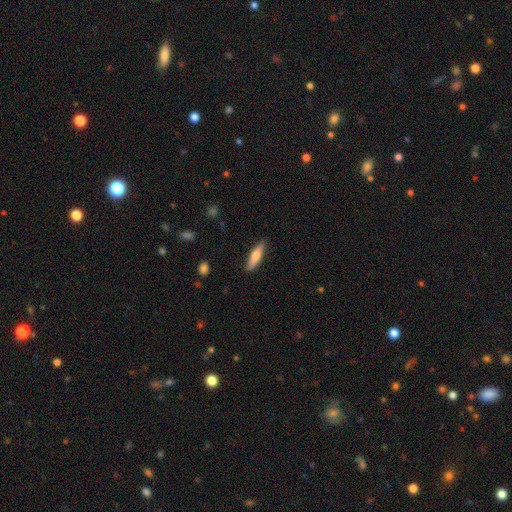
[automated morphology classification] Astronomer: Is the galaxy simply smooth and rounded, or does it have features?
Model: smooth — 68%.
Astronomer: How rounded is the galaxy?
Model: cigar-shaped — 70%.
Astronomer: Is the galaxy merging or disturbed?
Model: none — 87%.